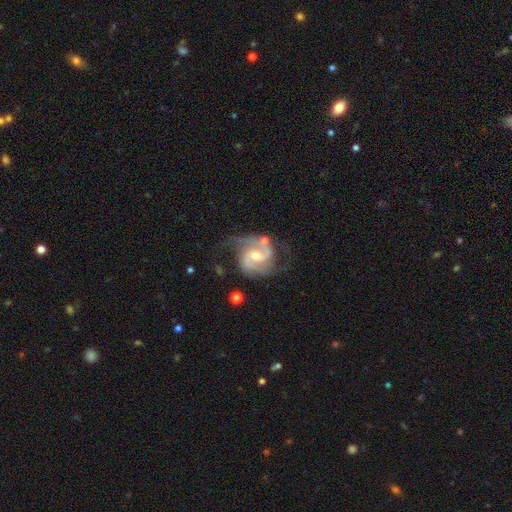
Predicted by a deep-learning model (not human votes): smooth-or-featured: featured or disk: 90% | star or artifact: 5% | smooth: 5%
  disk-edge-on: no: 98% | yes: 2%
    bar: weak: 46% | no: 39% | strong: 15%
    has-spiral-arms: yes: 98% | no: 2%
      spiral-winding: medium: 55% | tight: 27% | loose: 19%
      spiral-arm-count: 2: 83% | 3: 7% | can't tell: 5% | 1: 2% | 4: 2% | more than 4: 1%
    bulge-size: moderate: 53% | small: 43% | large: 2% | none: 1% | dominant: 1%
  merging: none: 60% | minor disturbance: 21% | major disturbance: 12% | merger: 6%